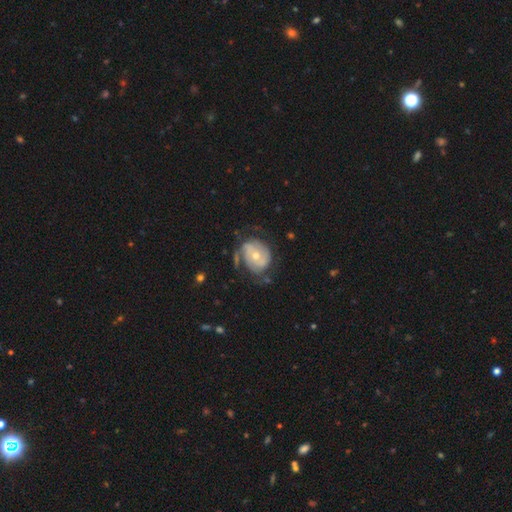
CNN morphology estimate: type=featured or disk (75%); edge-on=no (97%); bar=no (65%); spiral arms=yes (87%); winding=tight (52%); arm count=2 (49%); bulge=moderate (58%); merging=none (55%).